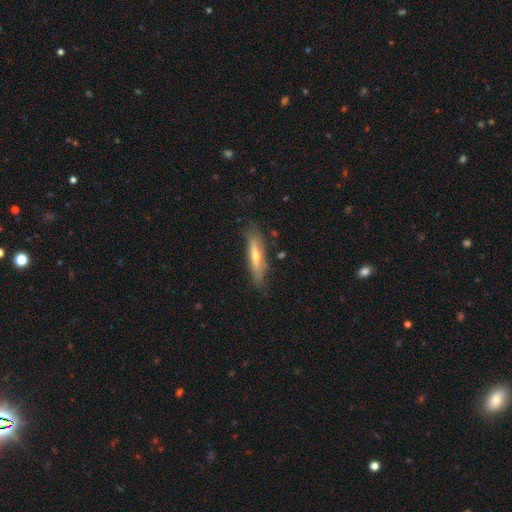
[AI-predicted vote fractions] This appears to be a featured or disk galaxy (49%). Merging: none (82%).